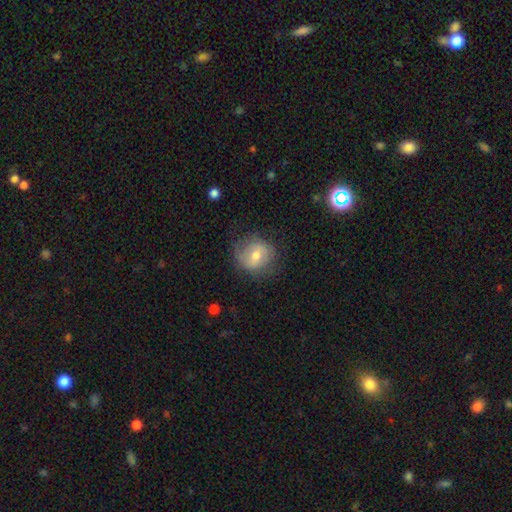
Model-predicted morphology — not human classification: Overall: smooth (56%; featured or disk 36%). How rounded: round (80%). Merging: none (70%).